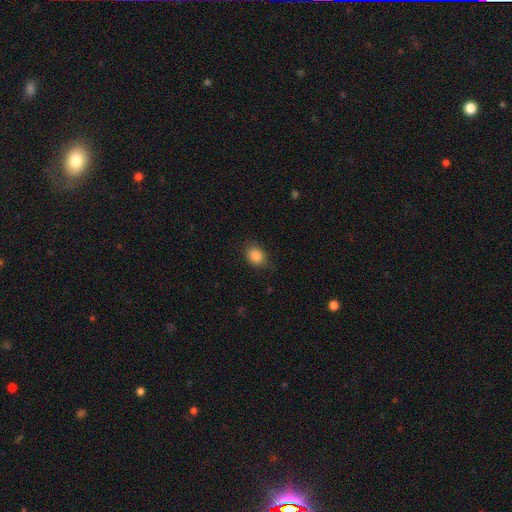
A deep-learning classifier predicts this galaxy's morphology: A smooth galaxy with no disk features (86%) that is in between round and cigar-shaped (56%).

Vote fractions:
- Smooth or featured? smooth: 86% / star or artifact: 9% / featured or disk: 5%
- How rounded? in between: 56% / round: 43% / cigar-shaped: 1%
- Merging? none: 77% / minor disturbance: 18% / major disturbance: 4% / merger: 1%